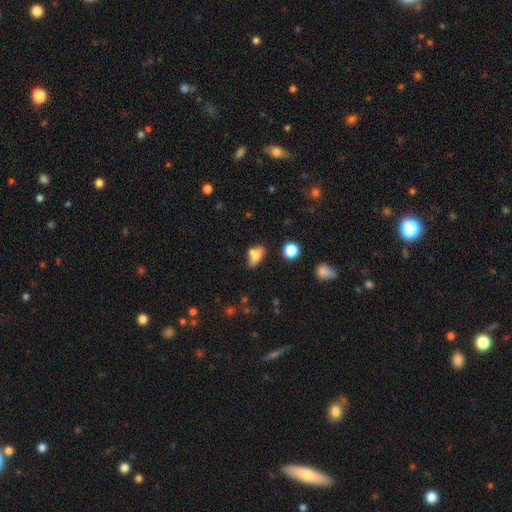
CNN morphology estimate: The model was most divided on "merging": none: 46%, merger: 31%, minor disturbance: 16%, major disturbance: 7%. More confident: how rounded — in between (79%); smooth or featured — smooth (70%).